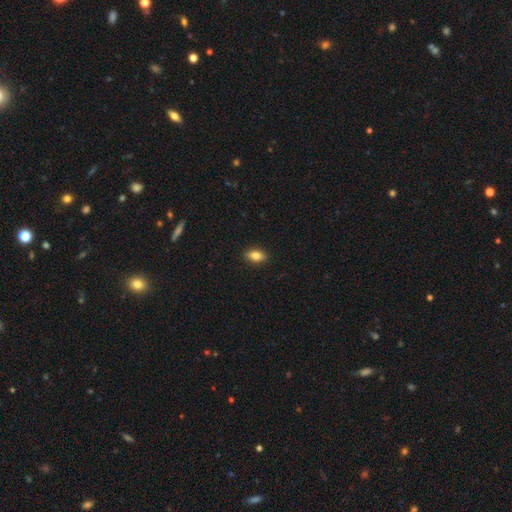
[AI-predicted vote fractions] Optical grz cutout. It shows a smooth galaxy with no disk features (81%) that is in between round and cigar-shaped (87%). Merging: none (90%).